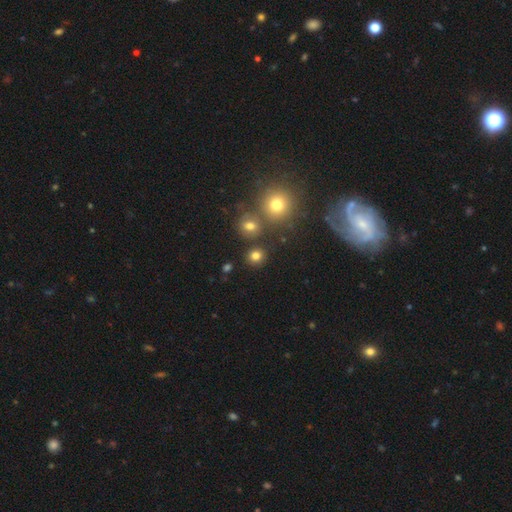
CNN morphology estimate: This appears to be a smooth galaxy with no disk features (79%) that is round (87%). Merging: none (83%).